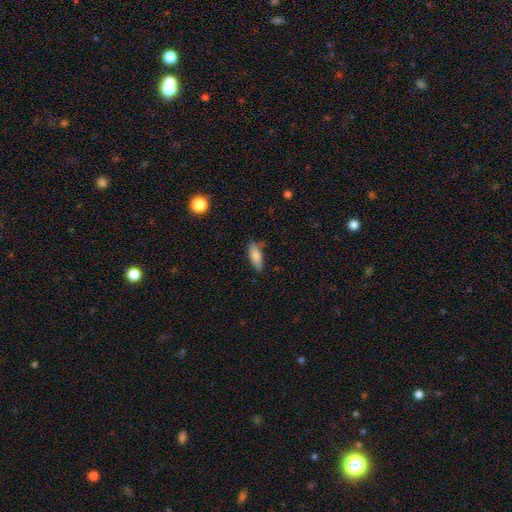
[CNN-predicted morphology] smooth 83%, featured or disk 10%, star or artifact 7%. Down the decision tree: how rounded — in between (67%); merging — none (73%).